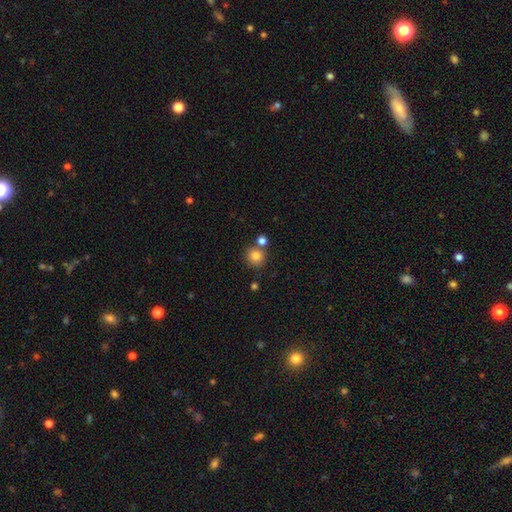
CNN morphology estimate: The model was most divided on "merging": none: 69%, merger: 19%, minor disturbance: 9%, major disturbance: 3%. More confident: how rounded — round (89%); smooth or featured — smooth (84%).